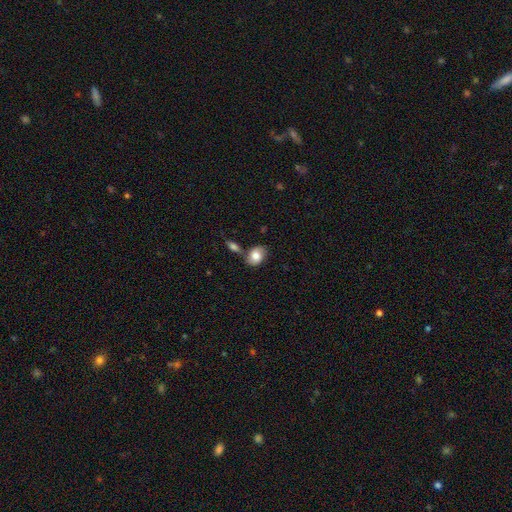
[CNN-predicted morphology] This is likely a smooth galaxy (75%). How rounded: likely in between (70%). Merging: possibly none (57%).